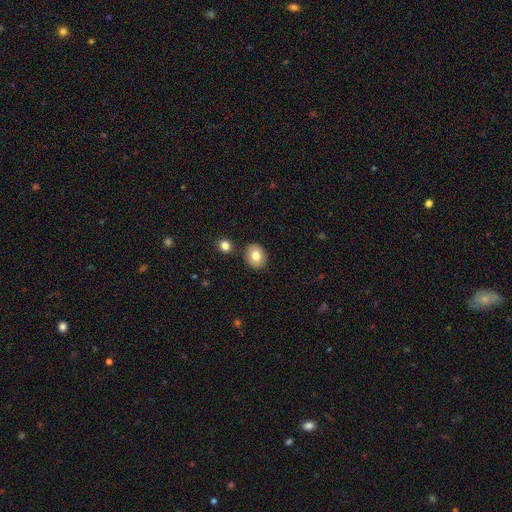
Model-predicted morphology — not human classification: Smooth or featured? Predicted: smooth (p=0.80). How rounded? Predicted: round (p=0.55). Merging? Predicted: none (p=0.86).